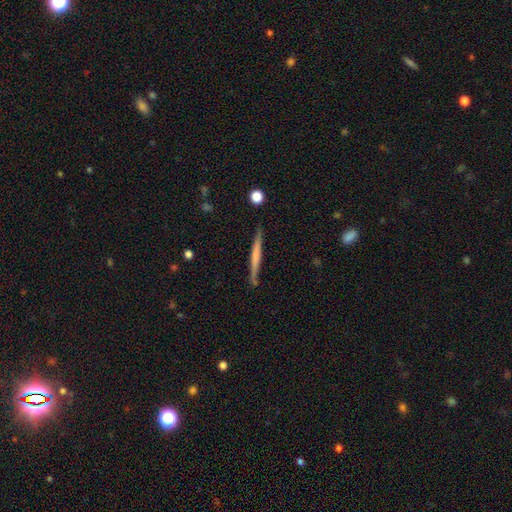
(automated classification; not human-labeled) Smooth or featured? Predicted: smooth (p=0.49). Merging? Predicted: none (p=0.86).